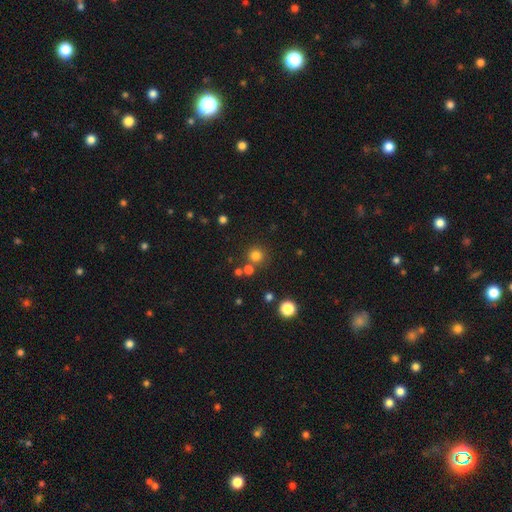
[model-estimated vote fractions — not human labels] Overall: smooth (78%). How rounded: round (93%). Merging: none (76%).